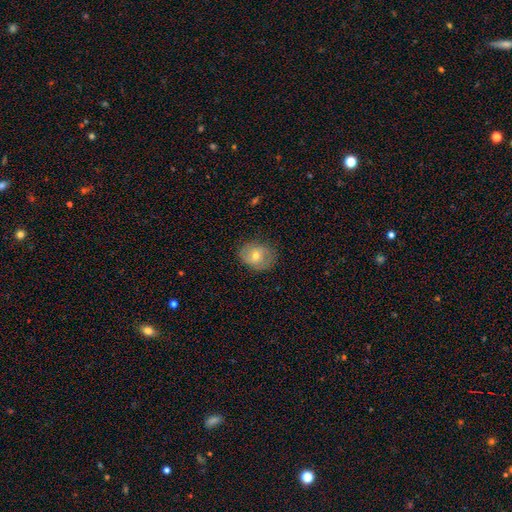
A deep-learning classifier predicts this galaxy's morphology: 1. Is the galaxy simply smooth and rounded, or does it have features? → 52% smooth, 40% featured or disk, 8% star or artifact.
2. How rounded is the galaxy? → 55% in between, 44% round, 1% cigar-shaped.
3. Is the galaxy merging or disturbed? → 77% none, 17% minor disturbance, 5% major disturbance, 1% merger.